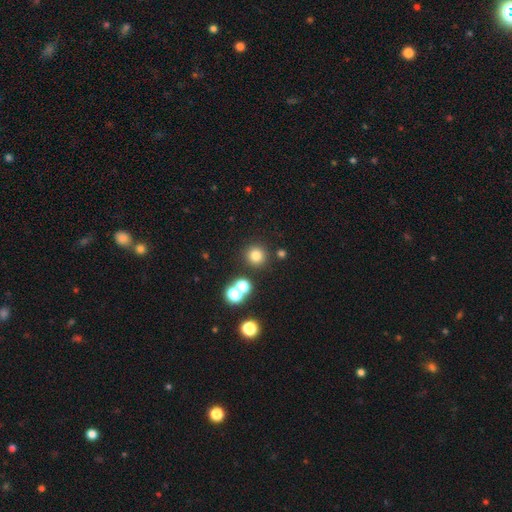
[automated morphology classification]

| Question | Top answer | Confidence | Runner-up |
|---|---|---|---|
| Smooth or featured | smooth | 76% | star or artifact (17%) |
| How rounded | round | 94% | in between (5%) |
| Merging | none | 83% | merger (8%) |